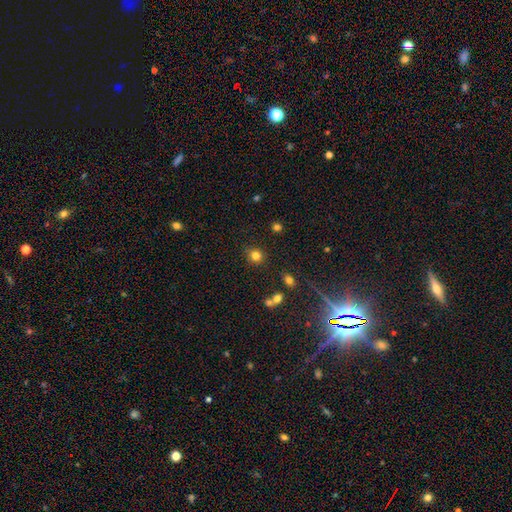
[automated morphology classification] smooth-or-featured: smooth: 80% | star or artifact: 14% | featured or disk: 6%
  how-rounded: round: 88% | in between: 11% | cigar-shaped: 1%
  merging: none: 85% | minor disturbance: 9% | merger: 3% | major disturbance: 3%